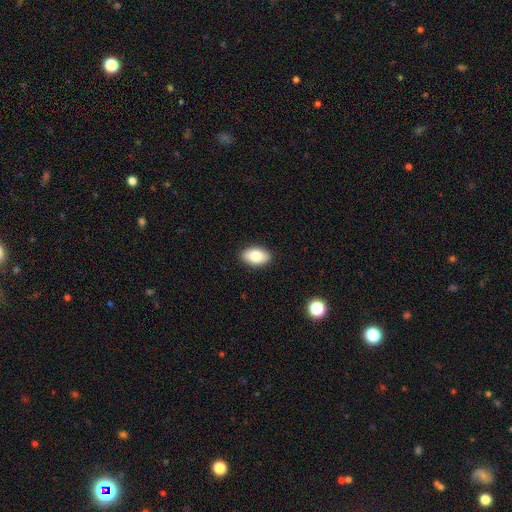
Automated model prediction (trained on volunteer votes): Overall: smooth (82%). How rounded: in between (91%). Merging: none (89%).